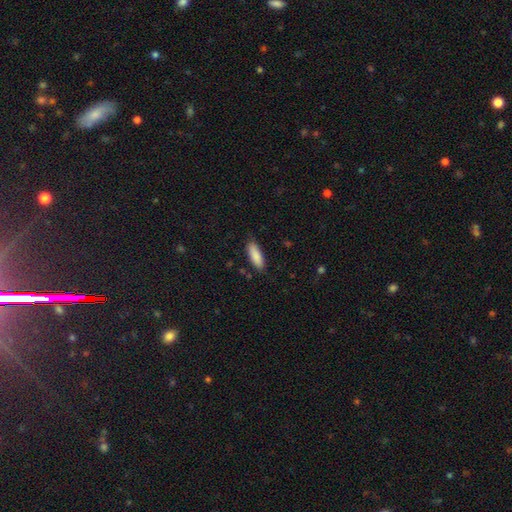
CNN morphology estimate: Smooth or featured?
  - smooth: 88% *
  - featured or disk: 6%
  - star or artifact: 6%
How rounded?
  - in between: 61% *
  - cigar-shaped: 38%
  - round: 1%
Merging?
  - none: 82% *
  - minor disturbance: 14%
  - major disturbance: 3%
  - merger: 1%